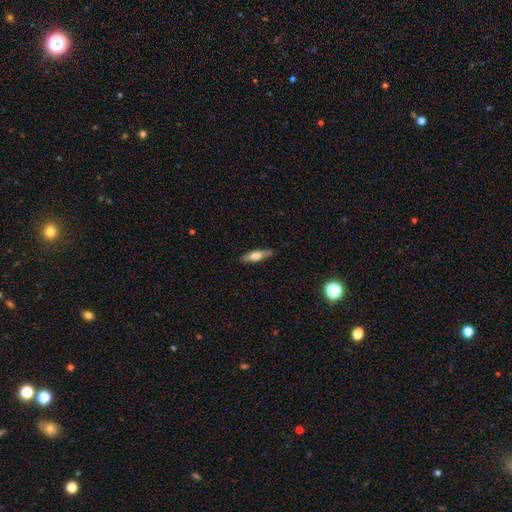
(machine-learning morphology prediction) Smooth or featured? Predicted: smooth (p=0.58). How rounded? Predicted: cigar-shaped (p=0.62). Merging? Predicted: none (p=0.85).